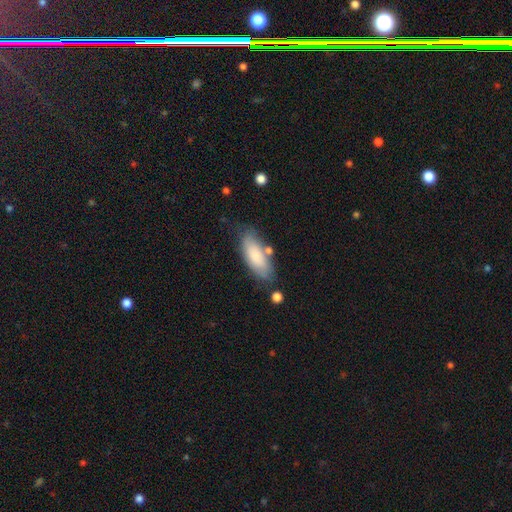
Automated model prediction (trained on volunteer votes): A smooth galaxy with no disk features (79%) that is in between round and cigar-shaped (76%). Merging: none (67%).